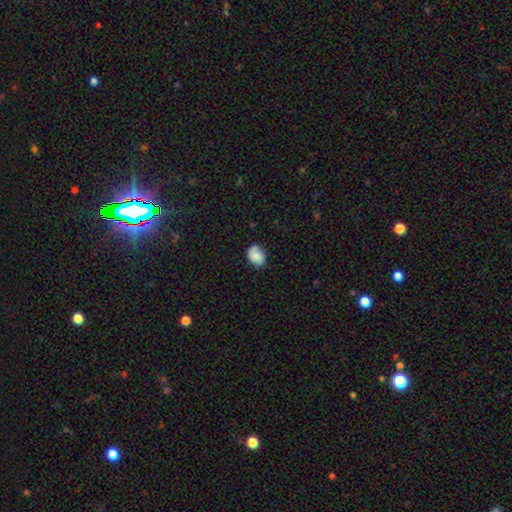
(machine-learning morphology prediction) Overall: smooth (68%). How rounded: in between (63%; round 36%). Merging: none (74%).